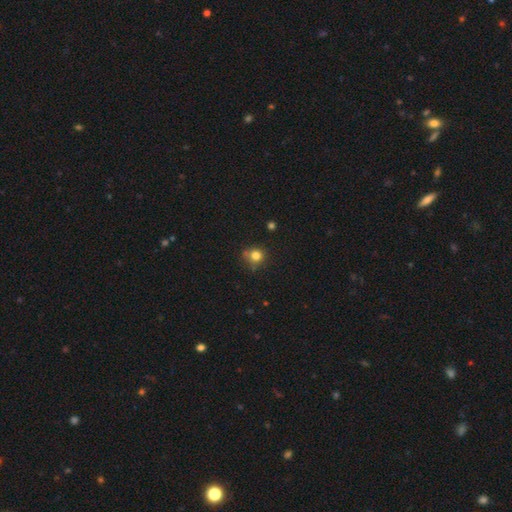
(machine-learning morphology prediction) The model was most divided on "merging": none: 69%, minor disturbance: 19%, merger: 7%, major disturbance: 5%. More confident: how rounded — round (86%); smooth or featured — smooth (79%).